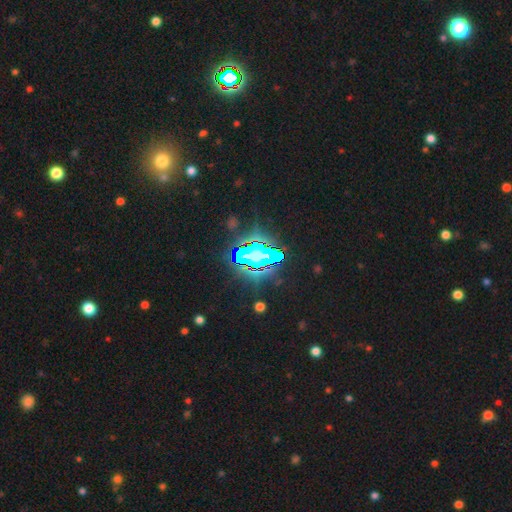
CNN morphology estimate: Smooth or featured? star or artifact (60%)